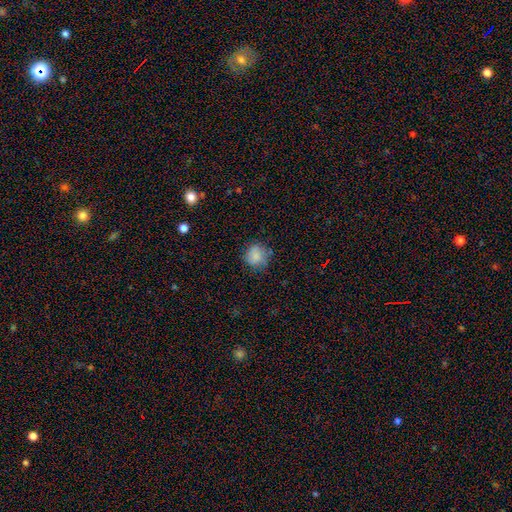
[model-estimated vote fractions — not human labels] Smooth or featured? smooth (82%)
How rounded? round (79%)
Merging? none (71%)